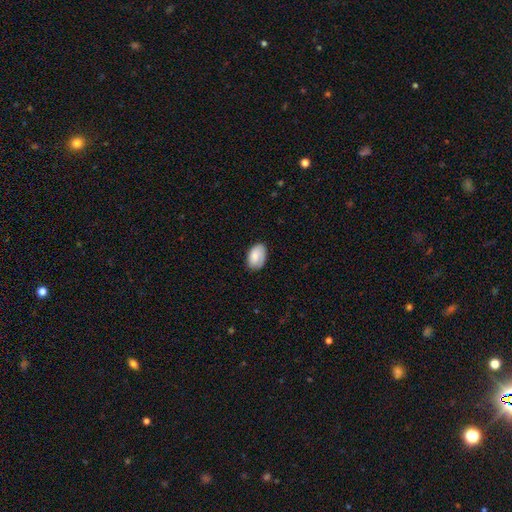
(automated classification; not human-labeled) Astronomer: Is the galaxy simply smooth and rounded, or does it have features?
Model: smooth — 70%.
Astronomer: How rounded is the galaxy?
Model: in between — 90%.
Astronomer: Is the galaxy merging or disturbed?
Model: none — 72%.